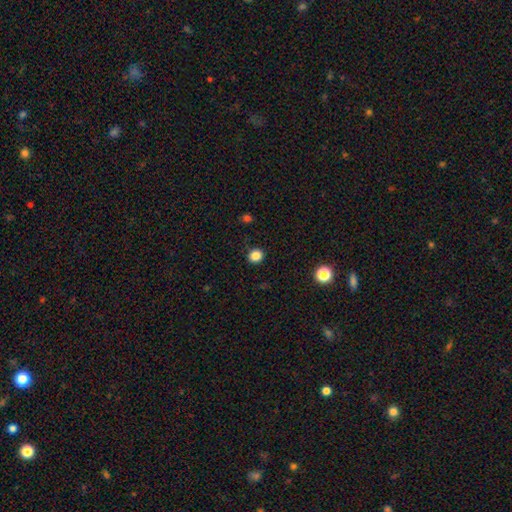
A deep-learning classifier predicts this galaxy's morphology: Smooth or featured: smooth — 84% (star or artifact — 12%)
How rounded: round — 86% (in between — 13%)
Merging: none — 90% (minor disturbance — 6%)